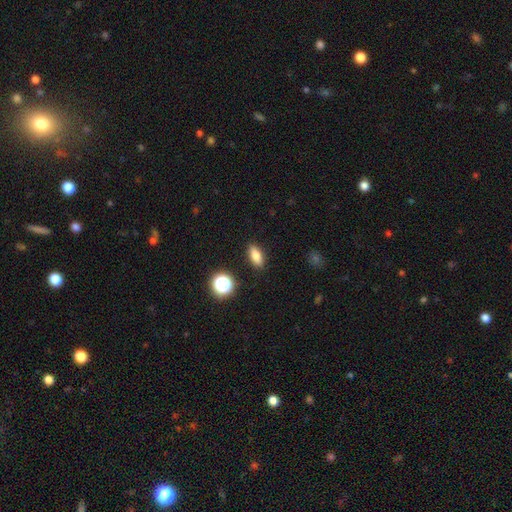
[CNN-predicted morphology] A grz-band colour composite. It shows a smooth galaxy with no disk features (77%) that is in between round and cigar-shaped (73%). Merging: none (89%).